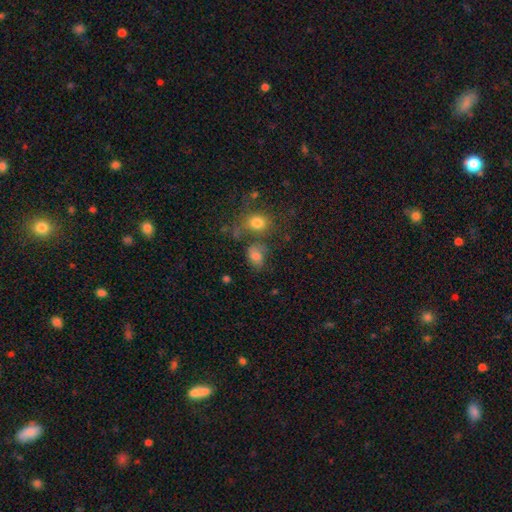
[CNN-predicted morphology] Smooth or featured?
  - smooth: 73% *
  - featured or disk: 14%
  - star or artifact: 14%
How rounded?
  - in between: 63% *
  - round: 36%
  - cigar-shaped: 2%
Merging?
  - none: 47% *
  - merger: 24%
  - minor disturbance: 18%
  - major disturbance: 11%